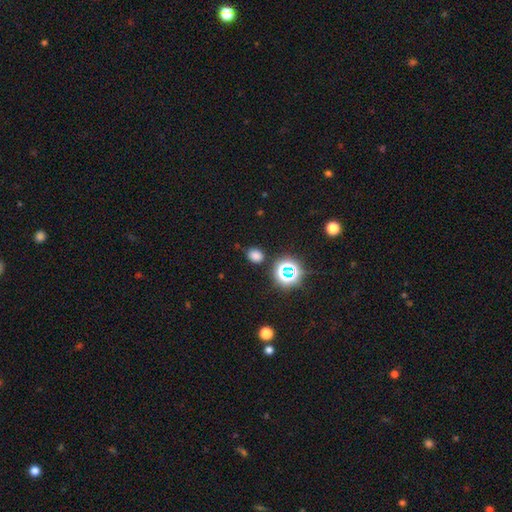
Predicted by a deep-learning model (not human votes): Morphology: type=smooth (71%); roundness=round (59%); merging=none (82%).